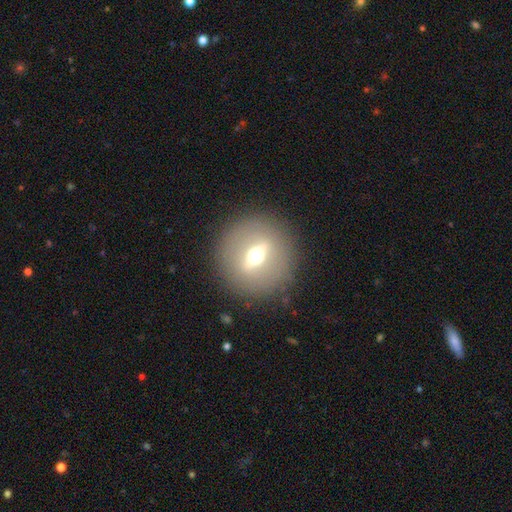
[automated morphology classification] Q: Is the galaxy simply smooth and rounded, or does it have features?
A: featured or disk — 66%.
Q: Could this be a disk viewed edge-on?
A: no — 52%.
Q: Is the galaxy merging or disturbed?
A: none — 88%.